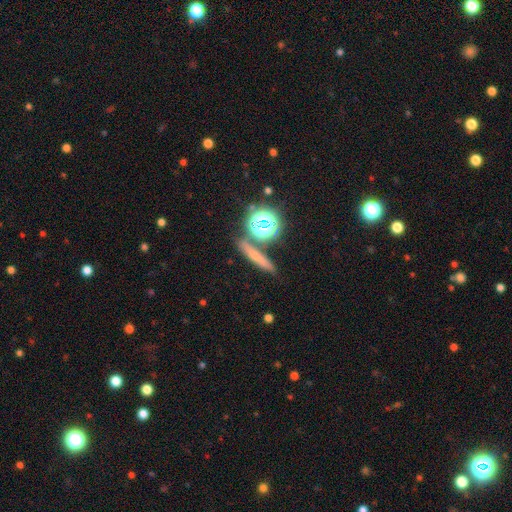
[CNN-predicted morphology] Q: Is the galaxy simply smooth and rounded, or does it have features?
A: smooth — 47%.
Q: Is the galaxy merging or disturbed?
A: none — 79%.